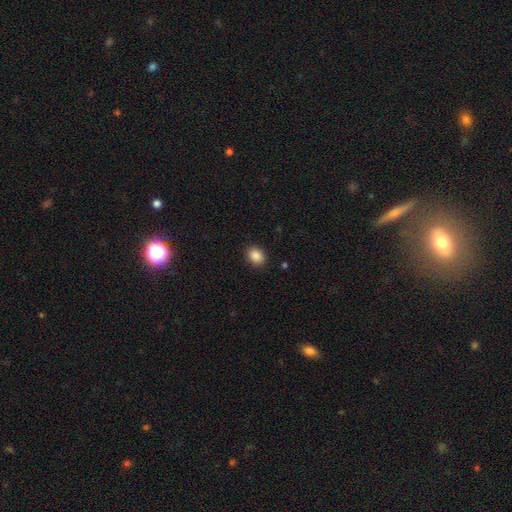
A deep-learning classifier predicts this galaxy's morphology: Smooth or featured?
  - smooth: 87% *
  - star or artifact: 9%
  - featured or disk: 4%
How rounded?
  - round: 50% *
  - in between: 49%
  - cigar-shaped: 1%
Merging?
  - none: 89% *
  - minor disturbance: 7%
  - major disturbance: 2%
  - merger: 1%